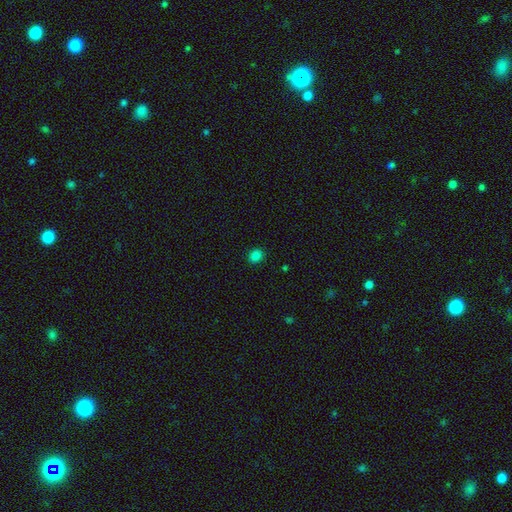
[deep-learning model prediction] Q: Smooth or featured?
A: smooth (83%); runner-up: star or artifact (14%)
Q: How rounded?
A: round (67%); runner-up: in between (32%)
Q: Merging?
A: none (91%); runner-up: minor disturbance (6%)